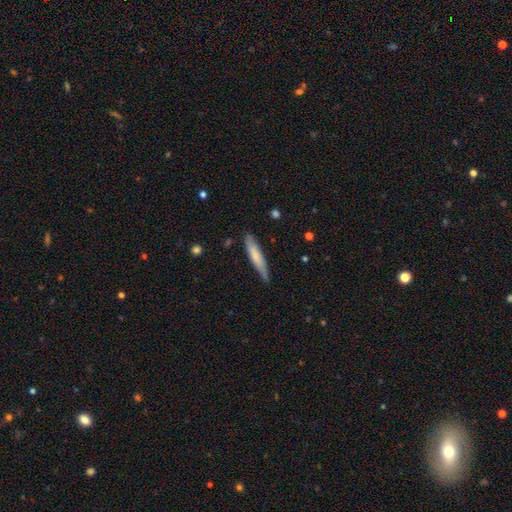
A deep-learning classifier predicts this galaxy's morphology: A smooth galaxy with no disk features (68%) that is cigar-shaped (89%). Merging: none (78%).